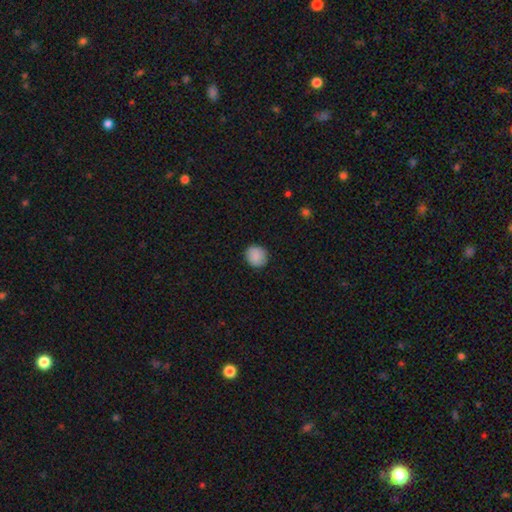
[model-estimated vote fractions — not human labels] Q: Smooth or featured?
A: smooth (89%); runner-up: star or artifact (8%)
Q: How rounded?
A: round (89%); runner-up: in between (10%)
Q: Merging?
A: none (90%); runner-up: minor disturbance (7%)